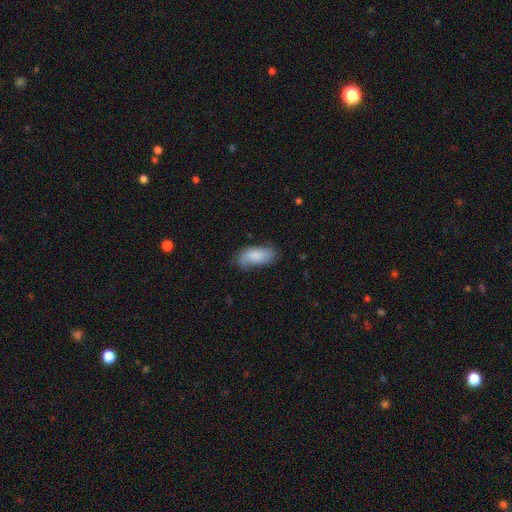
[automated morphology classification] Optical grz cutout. It shows a smooth galaxy with no disk features (78%) that is in between round and cigar-shaped (90%). Merging: none (66%).